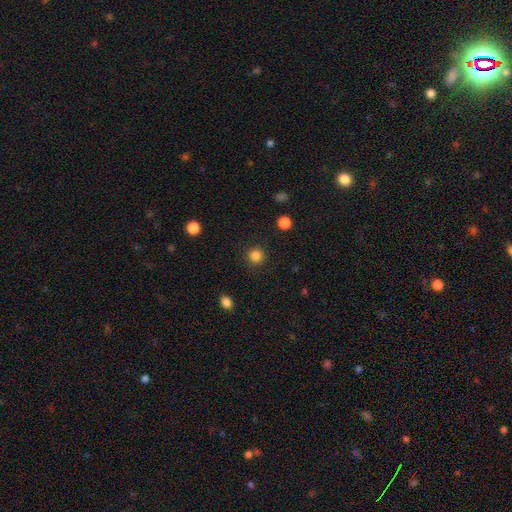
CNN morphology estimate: Q: Smooth or featured?
A: smooth (85%); runner-up: star or artifact (12%)
Q: How rounded?
A: round (94%); runner-up: in between (5%)
Q: Merging?
A: none (91%); runner-up: minor disturbance (6%)